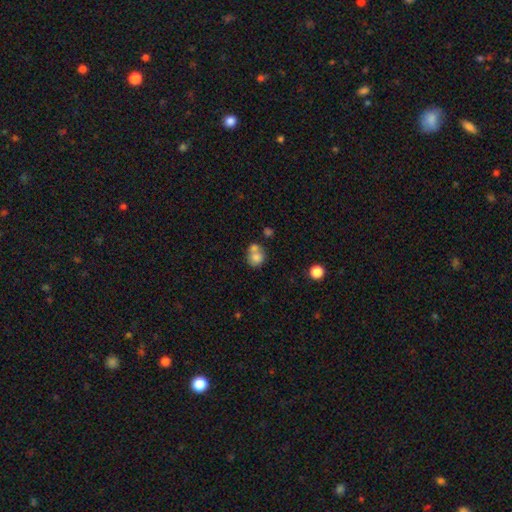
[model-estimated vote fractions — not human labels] This appears to be a smooth galaxy with no disk features (75%) that is round (71%). Merging: merger (51%).